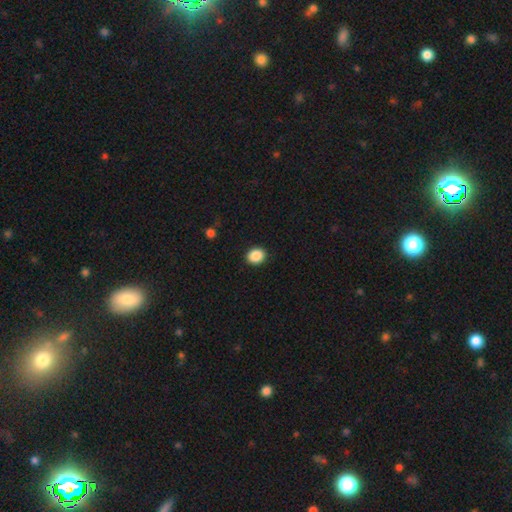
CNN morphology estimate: Overall: smooth (89%). How rounded: round (62%; in between 37%). Merging: none (91%).